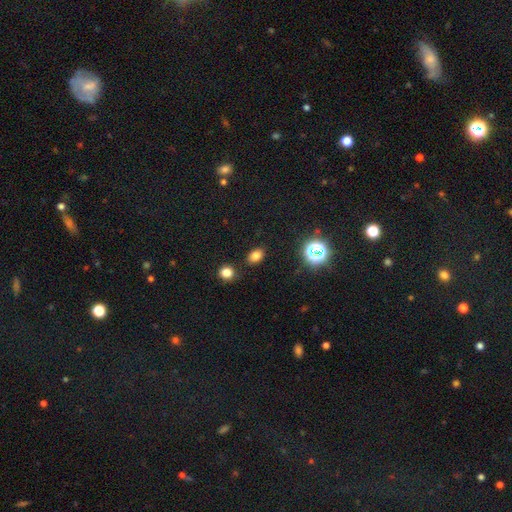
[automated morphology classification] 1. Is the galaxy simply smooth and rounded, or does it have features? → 78% smooth, 17% star or artifact, 5% featured or disk.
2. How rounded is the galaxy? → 73% in between, 25% round, 1% cigar-shaped.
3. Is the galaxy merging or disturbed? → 85% none, 9% minor disturbance, 3% merger, 3% major disturbance.